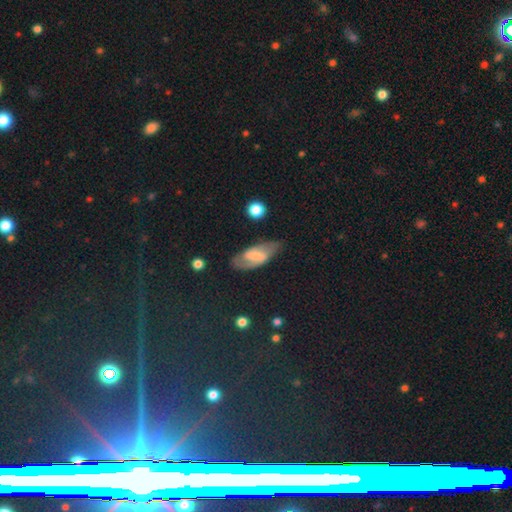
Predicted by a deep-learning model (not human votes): A featured or disk galaxy (61%) with a strong bar (45%), spiral arms (79%) and a small central bulge (33%). Merging: none (65%).